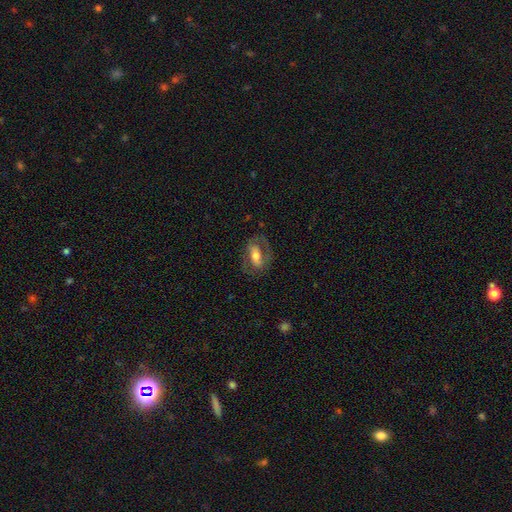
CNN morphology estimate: featured or disk 54%, smooth 39%, star or artifact 7%. Down the decision tree: edge-on disk — no (91%); merging — none (69%).